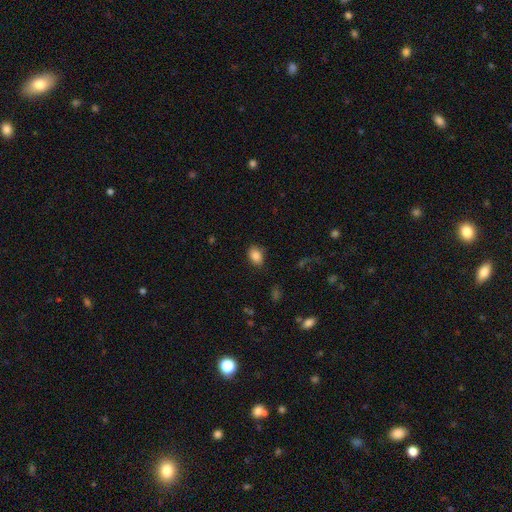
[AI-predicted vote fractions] Q: Smooth or featured?
A: smooth (87%); runner-up: star or artifact (9%)
Q: How rounded?
A: in between (79%); runner-up: round (20%)
Q: Merging?
A: none (82%); runner-up: minor disturbance (14%)